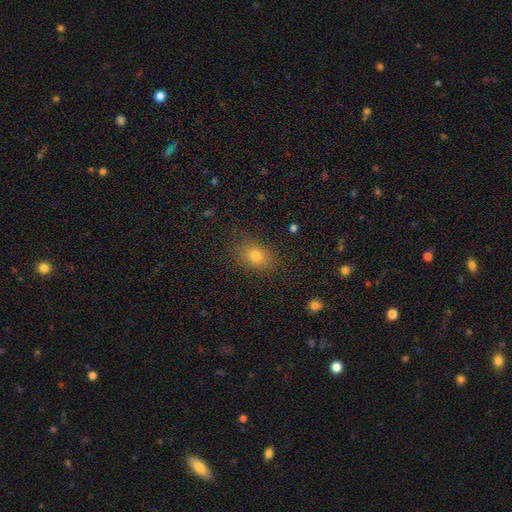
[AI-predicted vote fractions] Q: Smooth or featured?
A: smooth (79%); runner-up: star or artifact (13%)
Q: How rounded?
A: in between (66%); runner-up: round (32%)
Q: Merging?
A: none (85%); runner-up: minor disturbance (11%)